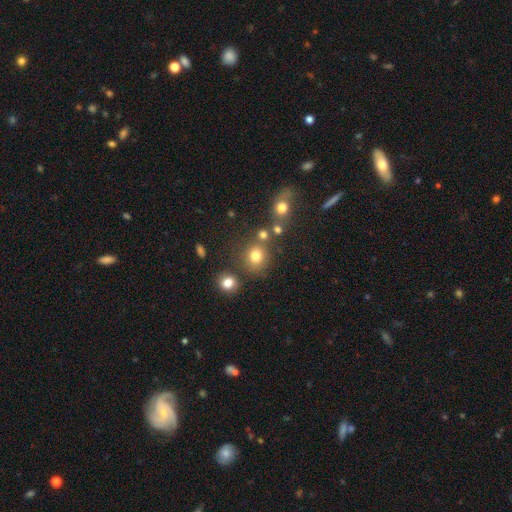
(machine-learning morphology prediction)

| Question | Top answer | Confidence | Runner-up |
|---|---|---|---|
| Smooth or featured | smooth | 77% | star or artifact (16%) |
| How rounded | round | 84% | in between (14%) |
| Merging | none | 72% | merger (13%) |